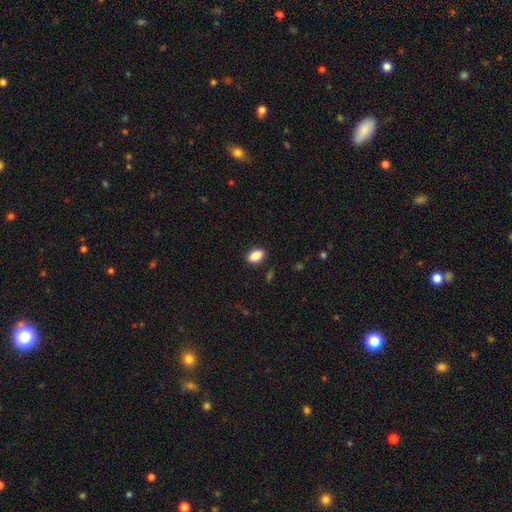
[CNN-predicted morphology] A smooth galaxy with no disk features (87%) that is in between round and cigar-shaped (87%).

Vote fractions:
- Smooth or featured? smooth: 87% / star or artifact: 8% / featured or disk: 5%
- How rounded? in between: 87% / round: 11% / cigar-shaped: 2%
- Merging? none: 88% / minor disturbance: 9% / major disturbance: 2% / merger: 1%